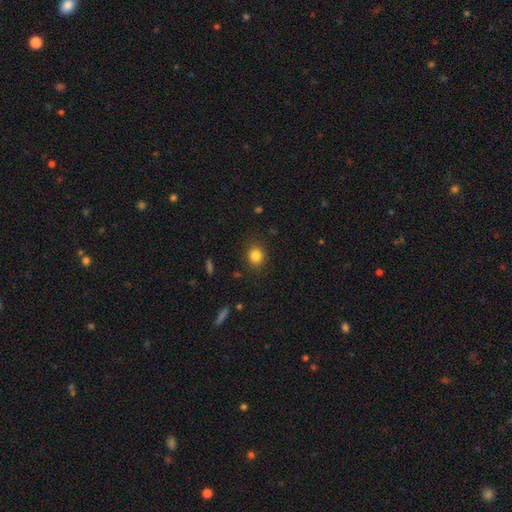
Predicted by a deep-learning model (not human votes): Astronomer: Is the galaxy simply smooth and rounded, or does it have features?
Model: smooth — 83%.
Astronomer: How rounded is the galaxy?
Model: round — 79%.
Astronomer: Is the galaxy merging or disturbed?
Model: none — 87%.